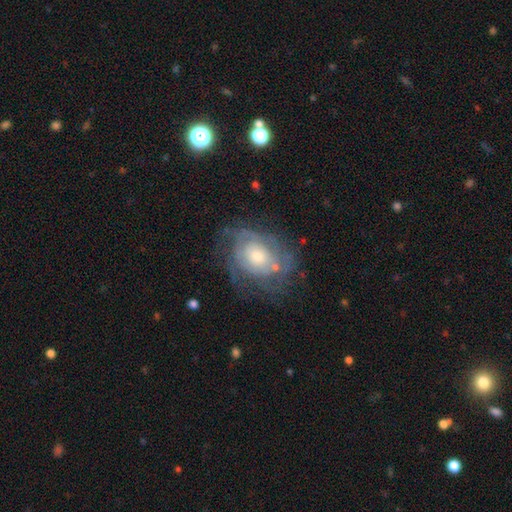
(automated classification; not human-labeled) This is likely a featured or disk galaxy (73%). It is clearly not viewed edge-on (96%). Bar: likely no (79%). Spiral arm pattern: likely yes (79%). Spiral arm count: possibly can't tell (55%). Spiral winding: likely tight (61%). Central bulge: possibly moderate (51%). Merging: likely none (61%).